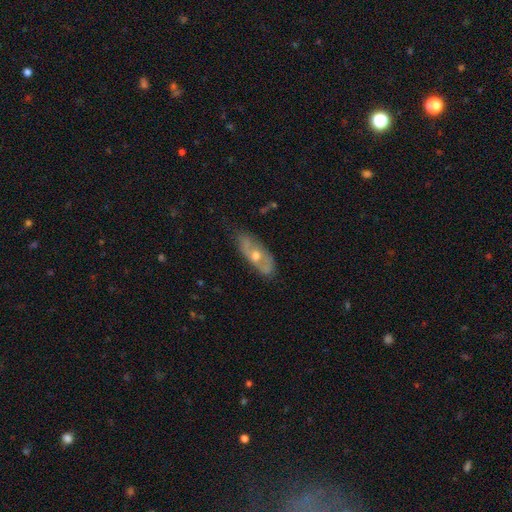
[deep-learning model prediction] Smooth or featured? Predicted: featured or disk (p=0.62). Edge-on disk? Predicted: no (p=0.76). Merging? Predicted: none (p=0.72).